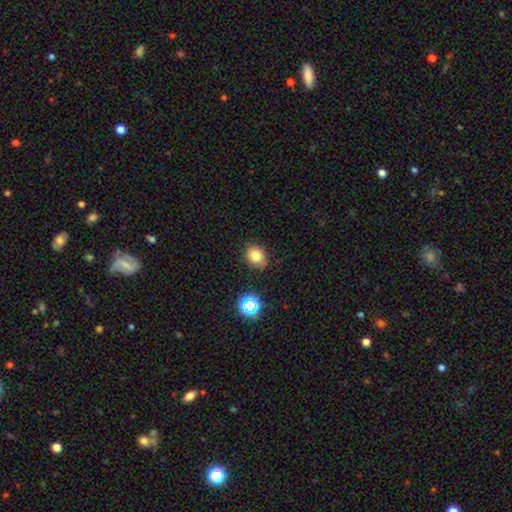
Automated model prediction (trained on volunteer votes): Smooth or featured: smooth — 77% (star or artifact — 15%)
How rounded: round — 57% (in between — 42%)
Merging: none — 84% (minor disturbance — 12%)